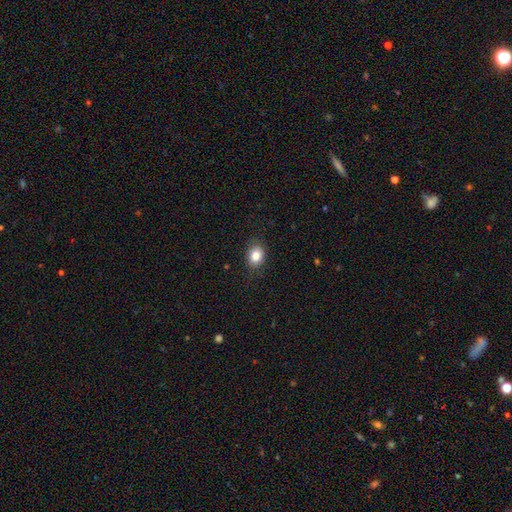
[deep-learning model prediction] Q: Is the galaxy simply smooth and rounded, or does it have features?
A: smooth — 83%.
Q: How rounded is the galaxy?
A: in between — 58%.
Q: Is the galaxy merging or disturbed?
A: none — 82%.